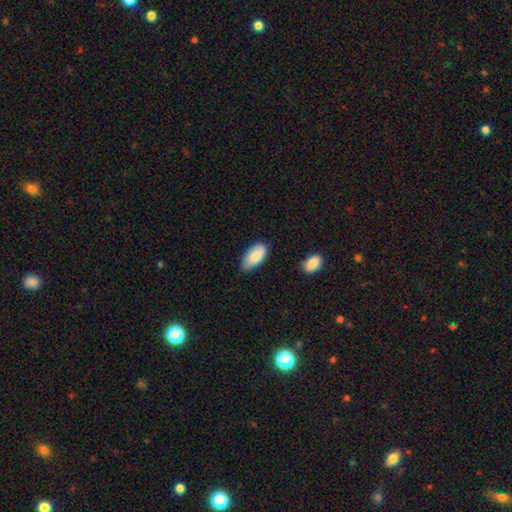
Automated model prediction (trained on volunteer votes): smooth-or-featured: smooth: 83% | featured or disk: 11% | star or artifact: 6%
  how-rounded: in between: 94% | cigar-shaped: 3% | round: 2%
  merging: none: 66% | minor disturbance: 27% | major disturbance: 4% | merger: 3%